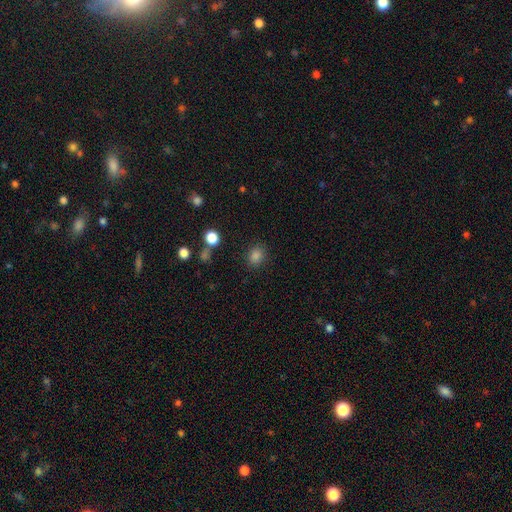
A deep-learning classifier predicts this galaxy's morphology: This is clearly a smooth galaxy (83%). How rounded: likely round (60%). Merging: clearly none (86%).